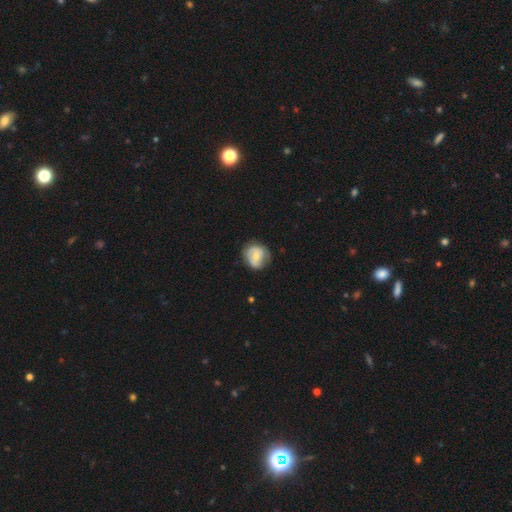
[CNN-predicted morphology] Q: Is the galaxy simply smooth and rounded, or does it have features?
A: featured or disk — 47%, tied with smooth.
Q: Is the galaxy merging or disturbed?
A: none — 70%.